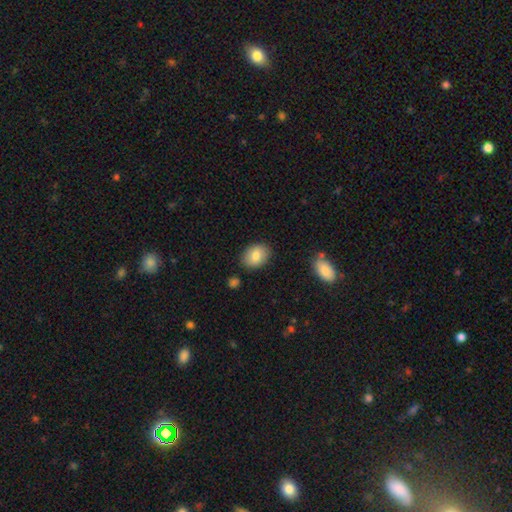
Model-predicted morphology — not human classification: Smooth or featured? smooth (82%)
How rounded? in between (77%)
Merging? none (84%)